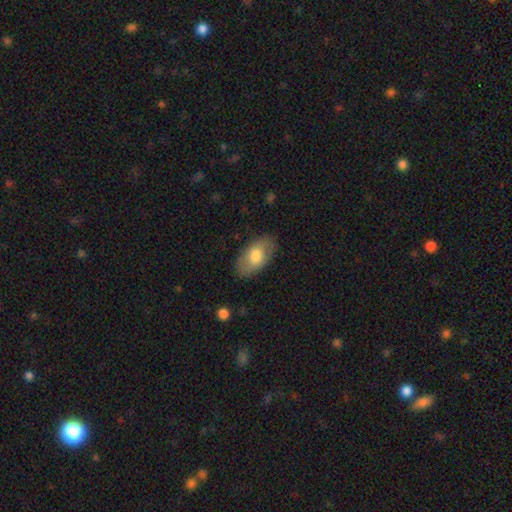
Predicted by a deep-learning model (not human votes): The model was most divided on "smooth or featured": smooth: 71%, featured or disk: 23%, star or artifact: 6%. More confident: how rounded — in between (94%); merging — none (83%).